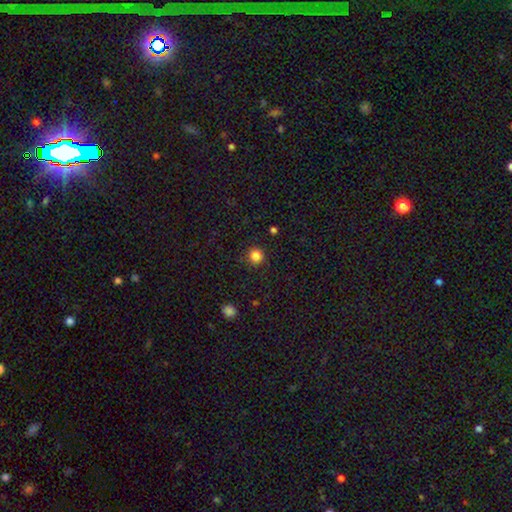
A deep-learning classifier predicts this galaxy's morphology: A smooth galaxy with no disk features (84%) that is round (92%). Merging: none (90%).